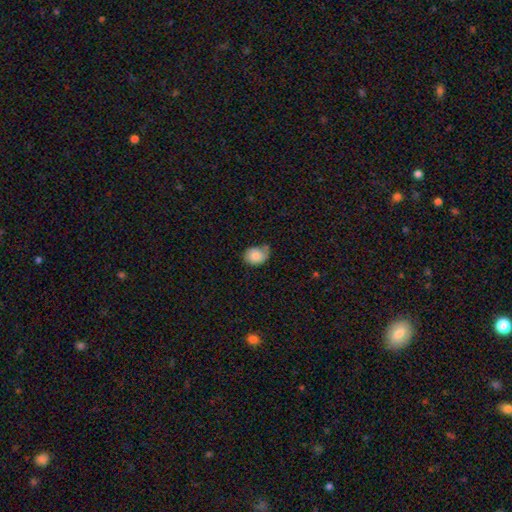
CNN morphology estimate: smooth 84%, star or artifact 8%, featured or disk 8%. Down the decision tree: how rounded — in between (54%); merging — none (53%).